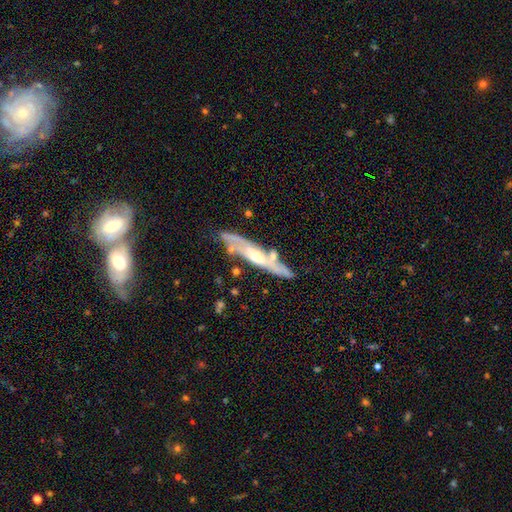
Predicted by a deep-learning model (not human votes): This appears to be a featured or disk galaxy (77%) viewed edge-on (55%). Merging: none (70%).